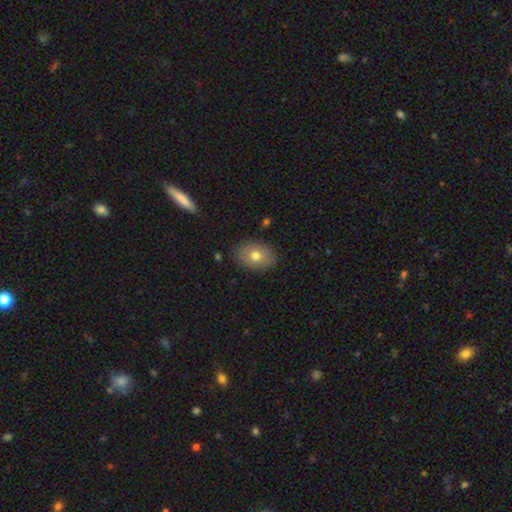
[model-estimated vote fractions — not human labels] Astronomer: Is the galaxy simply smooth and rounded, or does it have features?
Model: smooth — 72%.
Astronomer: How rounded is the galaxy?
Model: in between — 74%.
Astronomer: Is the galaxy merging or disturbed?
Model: none — 86%.